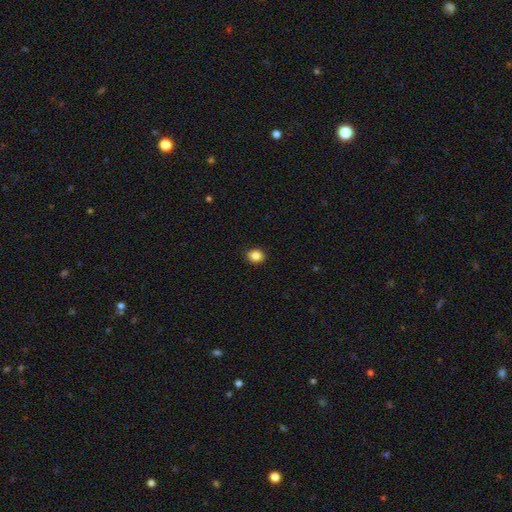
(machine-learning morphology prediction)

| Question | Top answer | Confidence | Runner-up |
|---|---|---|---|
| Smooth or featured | smooth | 86% | star or artifact (10%) |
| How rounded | round | 62% | in between (38%) |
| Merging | none | 91% | minor disturbance (7%) |